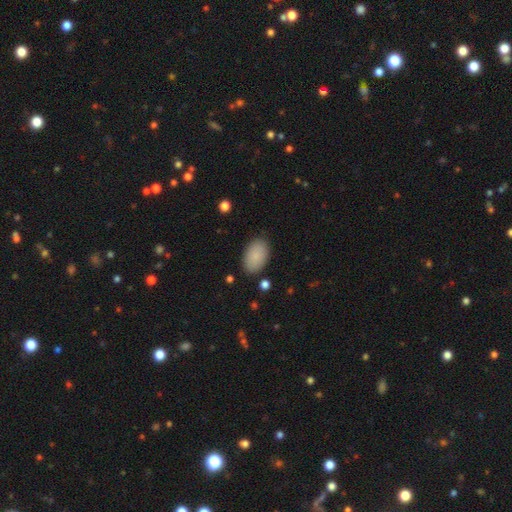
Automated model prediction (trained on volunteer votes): Q: Smooth or featured?
A: smooth (88%); runner-up: star or artifact (6%)
Q: How rounded?
A: in between (94%); runner-up: round (5%)
Q: Merging?
A: none (86%); runner-up: minor disturbance (10%)